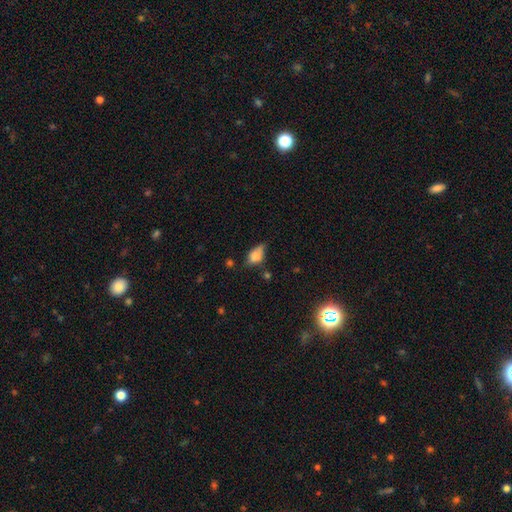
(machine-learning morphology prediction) Smooth or featured? smooth (67%)
How rounded? in between (82%)
Merging? none (46%)